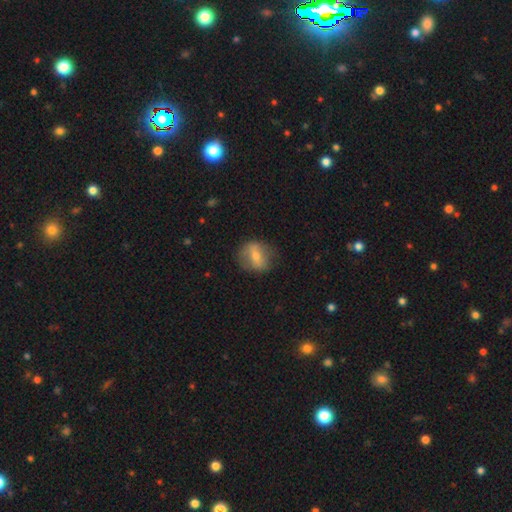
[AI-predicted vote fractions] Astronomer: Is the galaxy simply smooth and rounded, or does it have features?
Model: smooth — 50% (runner-up: featured or disk, 41%).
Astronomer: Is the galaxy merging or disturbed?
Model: none — 75%.